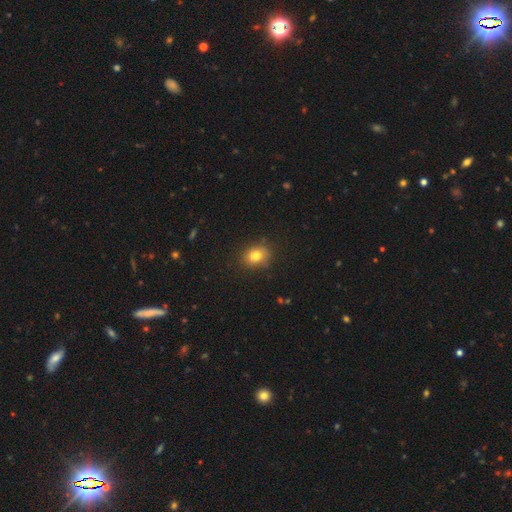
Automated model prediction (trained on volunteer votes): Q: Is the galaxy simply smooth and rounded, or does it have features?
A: smooth — 80%.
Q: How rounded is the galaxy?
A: round — 50%.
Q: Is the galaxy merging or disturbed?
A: none — 80%.